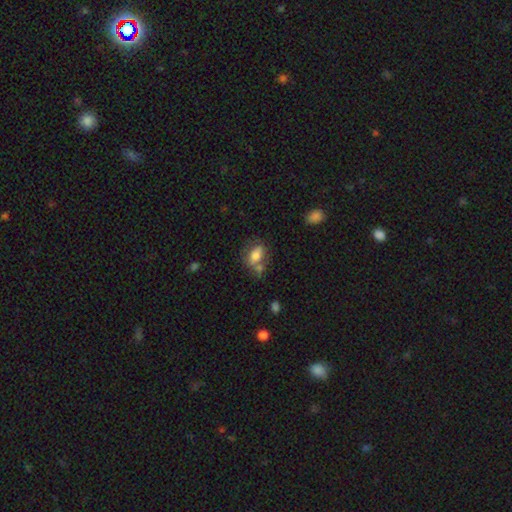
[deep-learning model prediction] smooth_or_featured: smooth (p=0.69) [alt: featured or disk p=0.22]
how_rounded: in between (p=0.84) [alt: round p=0.13]
merging: none (p=0.45) [alt: merger p=0.26]